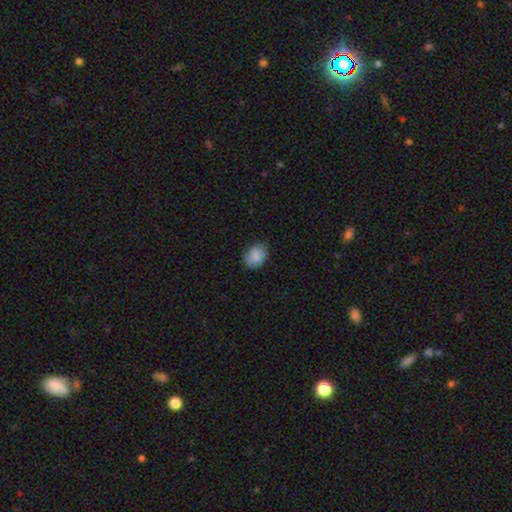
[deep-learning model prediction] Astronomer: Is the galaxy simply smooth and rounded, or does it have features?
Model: smooth — 87%.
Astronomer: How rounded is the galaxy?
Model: in between — 60% (runner-up: round, 39%).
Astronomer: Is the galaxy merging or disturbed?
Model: none — 75%.